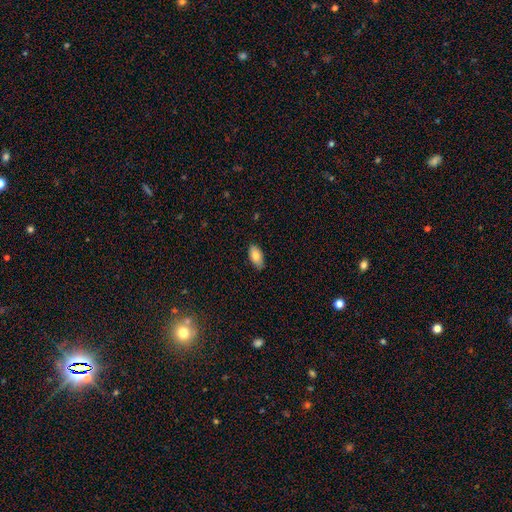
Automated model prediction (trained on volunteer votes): smooth 81%, featured or disk 12%, star or artifact 7%. Down the decision tree: how rounded — in between (92%); merging — none (85%).